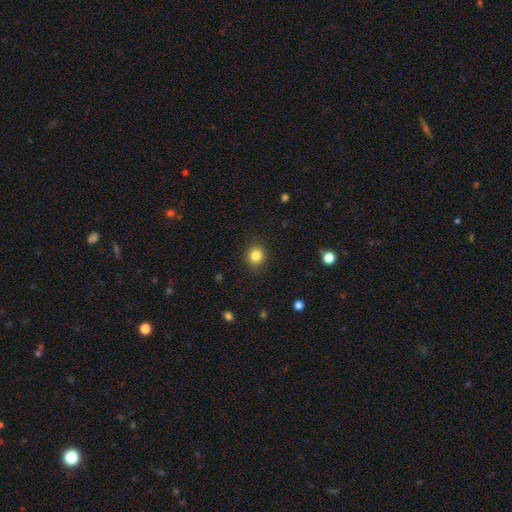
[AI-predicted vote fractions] A smooth galaxy with no disk features (84%) that is round (81%).

Vote fractions:
- Smooth or featured? smooth: 84% / star or artifact: 11% / featured or disk: 5%
- How rounded? round: 81% / in between: 18% / cigar-shaped: 1%
- Merging? none: 89% / minor disturbance: 7% / major disturbance: 2% / merger: 1%